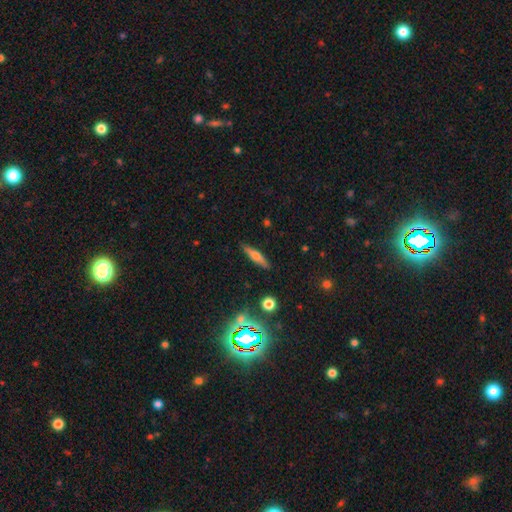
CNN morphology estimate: Q: Smooth or featured?
A: smooth (51%); runner-up: featured or disk (39%)
Q: How rounded?
A: cigar-shaped (79%); runner-up: in between (18%)
Q: Merging?
A: none (88%); runner-up: minor disturbance (9%)